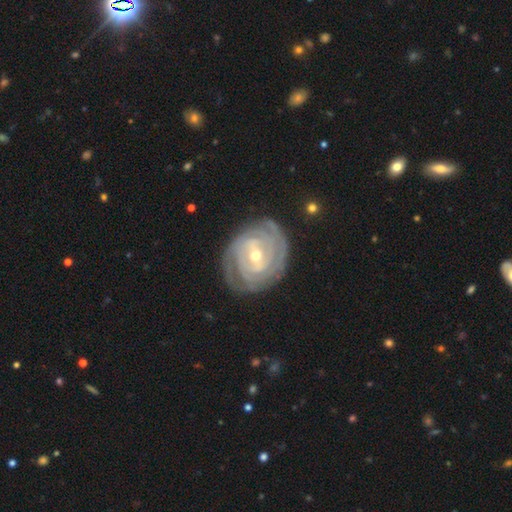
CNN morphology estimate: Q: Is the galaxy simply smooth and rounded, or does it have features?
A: featured or disk — 88%.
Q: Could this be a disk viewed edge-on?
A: no — 97%.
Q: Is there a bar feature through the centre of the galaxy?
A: weak — 48%.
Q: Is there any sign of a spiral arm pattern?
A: yes — 96%.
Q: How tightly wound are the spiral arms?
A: tight — 83%.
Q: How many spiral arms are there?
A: can't tell — 31%.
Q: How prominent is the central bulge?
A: moderate — 50%.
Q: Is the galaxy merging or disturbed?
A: none — 78%.